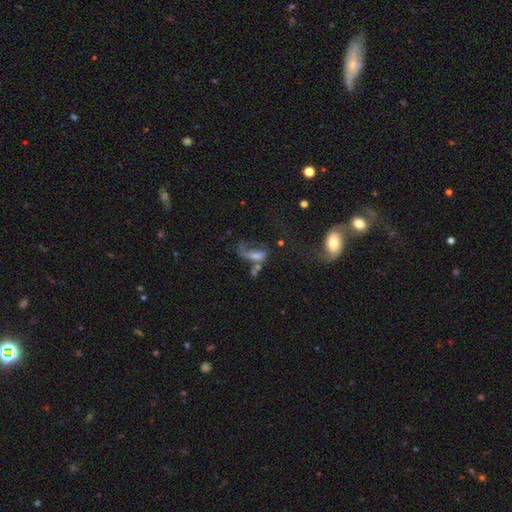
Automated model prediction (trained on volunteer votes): Smooth or featured?
  - featured or disk: 49% *
  - smooth: 34%
  - star or artifact: 17%
Merging?
  - major disturbance: 38% *
  - none: 24%
  - merger: 24%
  - minor disturbance: 14%